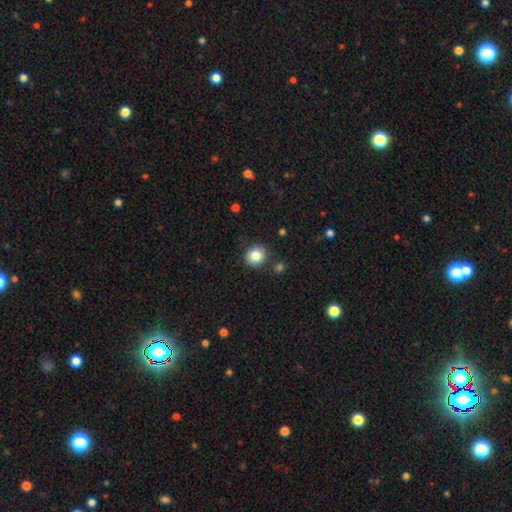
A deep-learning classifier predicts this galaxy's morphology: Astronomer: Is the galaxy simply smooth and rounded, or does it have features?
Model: smooth — 84%.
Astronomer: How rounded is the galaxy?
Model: round — 83%.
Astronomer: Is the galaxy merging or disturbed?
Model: none — 87%.